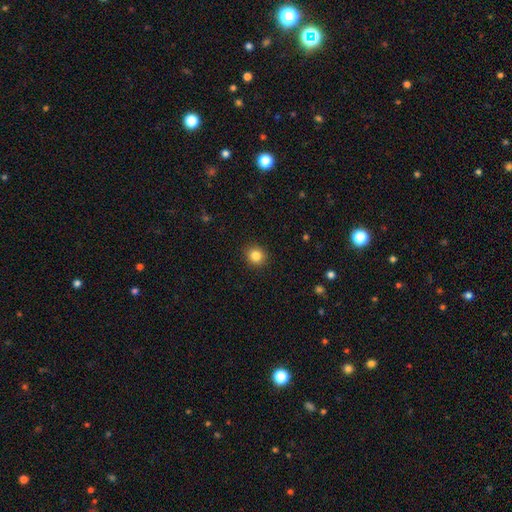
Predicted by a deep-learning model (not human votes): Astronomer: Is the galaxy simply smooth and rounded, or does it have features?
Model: smooth — 84%.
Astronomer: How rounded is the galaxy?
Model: round — 89%.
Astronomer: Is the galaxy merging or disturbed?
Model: none — 91%.